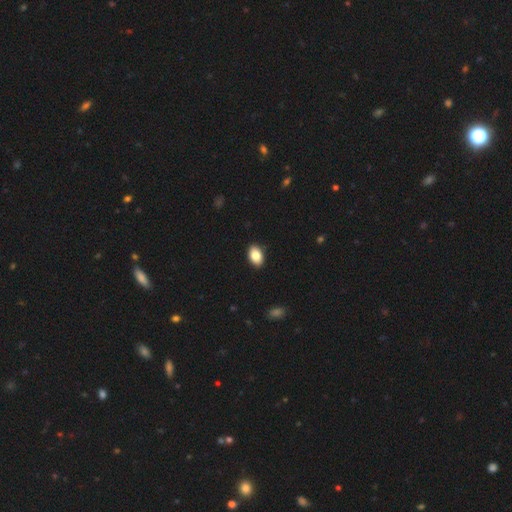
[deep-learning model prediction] This appears to be a smooth galaxy with no disk features (85%) that is in between round and cigar-shaped (90%). Merging: none (90%).